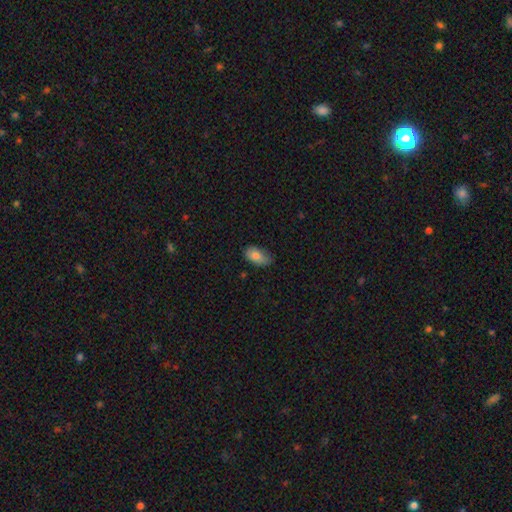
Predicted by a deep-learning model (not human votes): smooth-or-featured: smooth: 83% | featured or disk: 10% | star or artifact: 8%
  how-rounded: in between: 92% | round: 5% | cigar-shaped: 3%
  merging: none: 65% | minor disturbance: 29% | major disturbance: 5% | merger: 1%